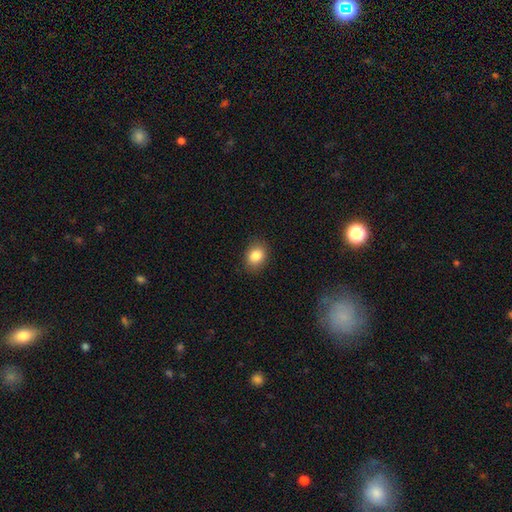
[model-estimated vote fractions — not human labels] The model was most divided on "how rounded": in between: 54%, round: 45%, cigar-shaped: 1%. More confident: merging — none (86%); smooth or featured — smooth (86%).